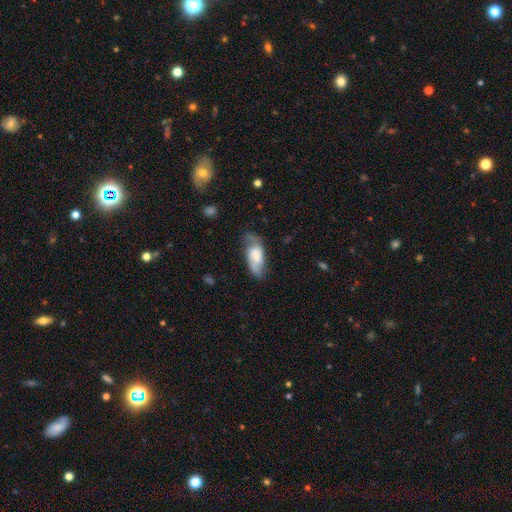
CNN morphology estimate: Smooth or featured? Predicted: featured or disk (p=0.48). Merging? Predicted: none (p=0.58).